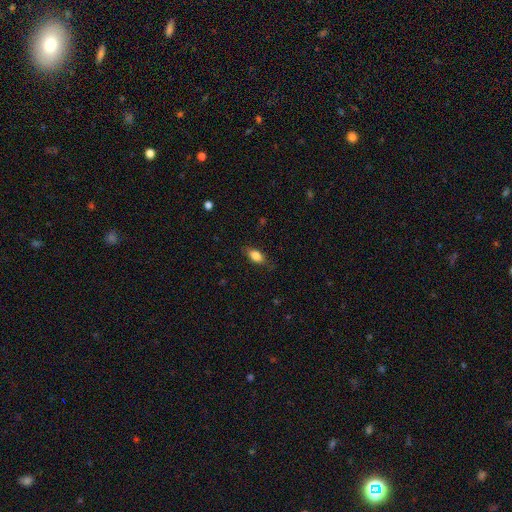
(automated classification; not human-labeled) Smooth or featured? smooth (85%)
How rounded? in between (87%)
Merging? none (79%)